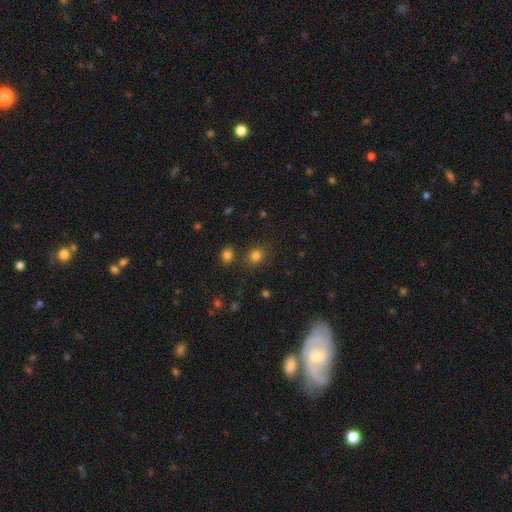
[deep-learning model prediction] Morphology: type=smooth (79%); roundness=round (76%); merging=none (78%).